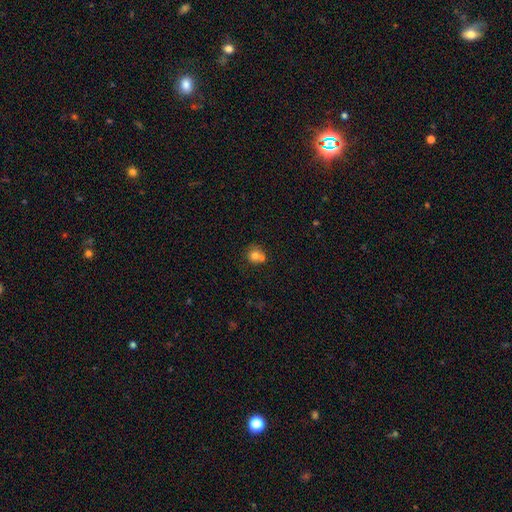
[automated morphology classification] smooth 75%, featured or disk 14%, star or artifact 11%. Down the decision tree: how rounded — round (78%); merging — none (44%).